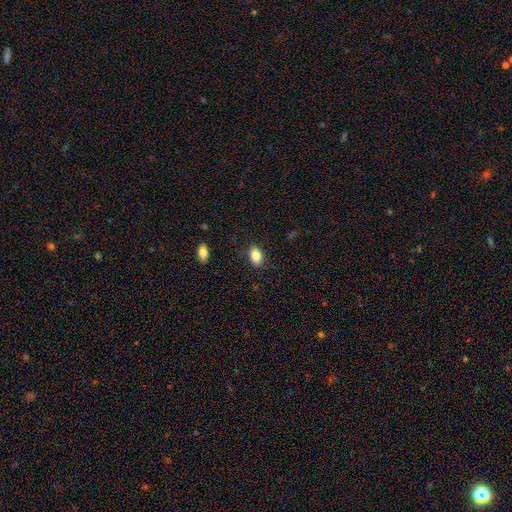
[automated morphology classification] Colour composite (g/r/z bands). It shows a smooth galaxy with no disk features (85%) that is in between round and cigar-shaped (83%). Merging: none (85%).